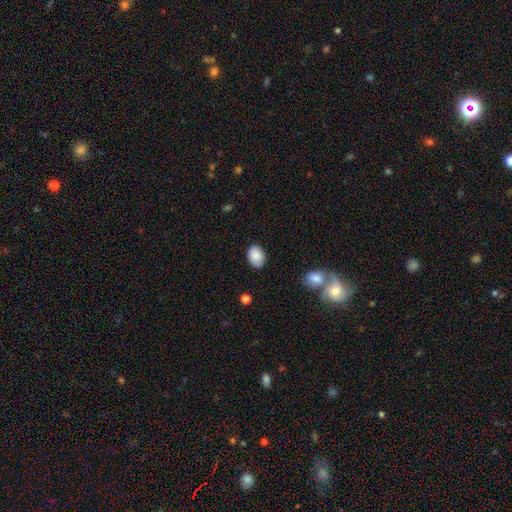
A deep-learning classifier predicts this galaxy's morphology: This is clearly a smooth galaxy (87%). How rounded: likely in between (78%). Merging: clearly none (85%).